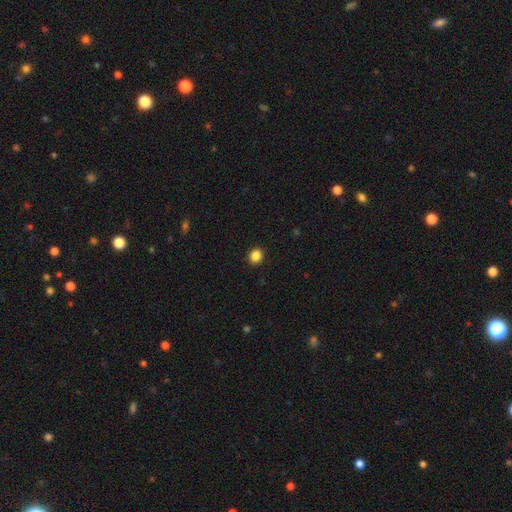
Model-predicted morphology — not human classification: A smooth galaxy with no disk features (86%) that is round (81%). Merging: none (92%).